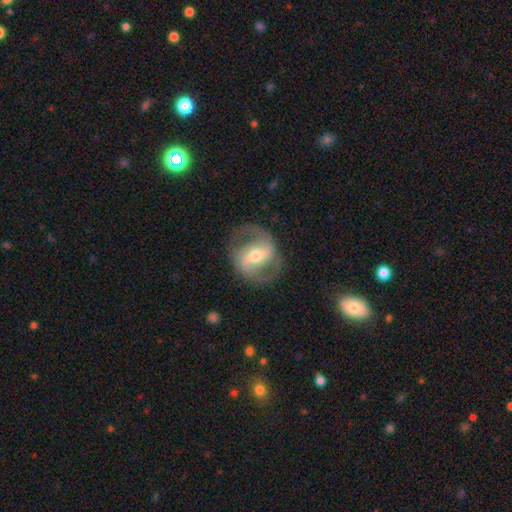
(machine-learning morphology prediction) Smooth or featured? featured or disk (84%)
Edge-on disk? no (97%)
Bar? strong (47%)
Spiral arms? yes (90%)
Spiral winding? medium (54%)
Spiral arm count? 2 (90%)
Bulge size? moderate (61%)
Merging? none (79%)